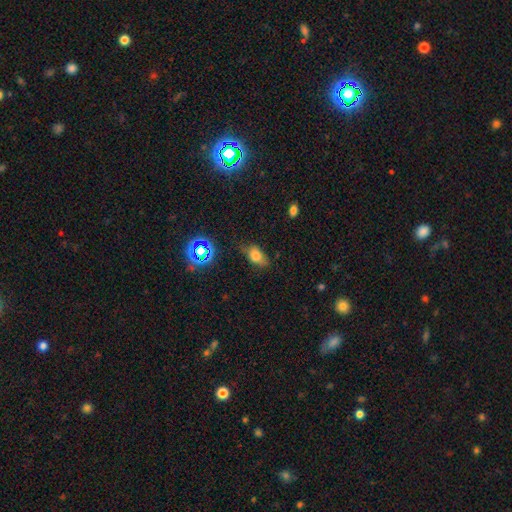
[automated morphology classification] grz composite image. It shows a smooth galaxy with no disk features (70%) that is in between round and cigar-shaped (83%). Merging: none (67%).